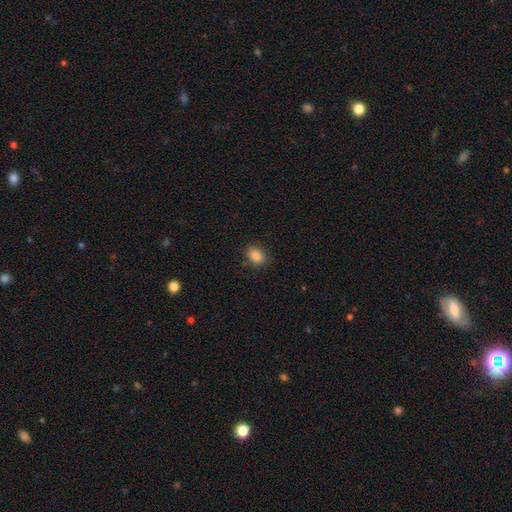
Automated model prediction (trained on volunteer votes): smooth 87%, star or artifact 9%, featured or disk 4%. Down the decision tree: how rounded — in between (75%); merging — none (85%).